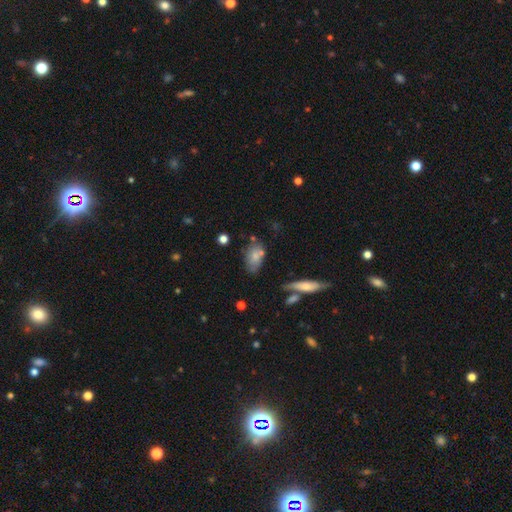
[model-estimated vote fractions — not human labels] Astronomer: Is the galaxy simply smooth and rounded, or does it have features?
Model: smooth — 72%.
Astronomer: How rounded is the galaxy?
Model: in between — 89%.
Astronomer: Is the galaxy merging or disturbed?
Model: none — 52%.